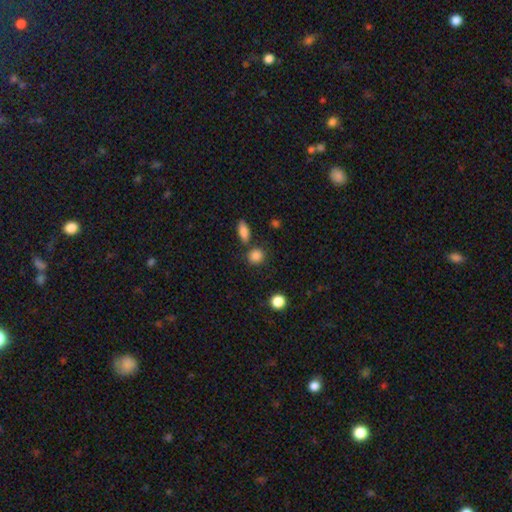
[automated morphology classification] This appears to be a smooth galaxy with no disk features (86%) that is round (79%). Merging: none (76%).